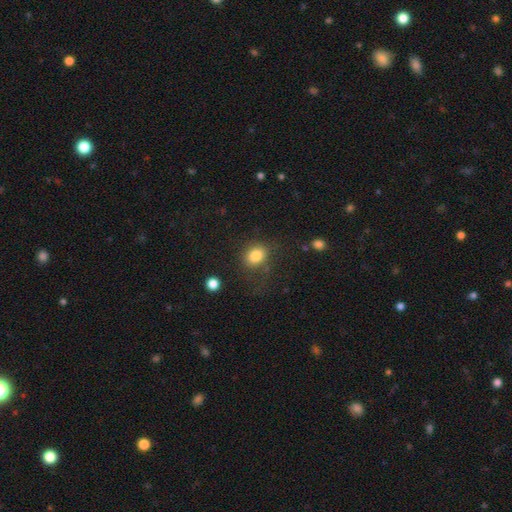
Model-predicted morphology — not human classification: Smooth or featured?
  - smooth: 83% *
  - star or artifact: 10%
  - featured or disk: 7%
How rounded?
  - round: 54% *
  - in between: 45%
  - cigar-shaped: 1%
Merging?
  - none: 73% *
  - minor disturbance: 16%
  - major disturbance: 8%
  - merger: 3%